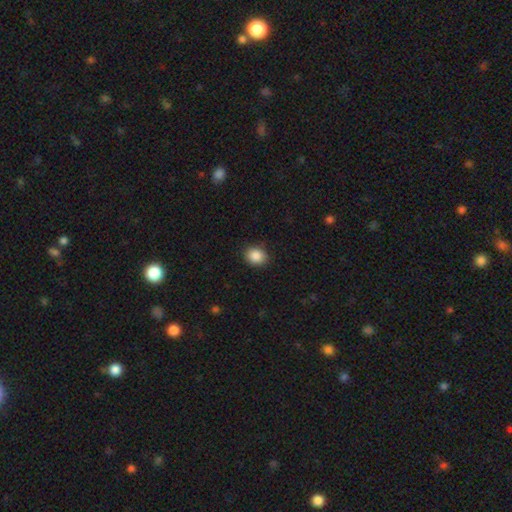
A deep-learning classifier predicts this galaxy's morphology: The model was most divided on "how rounded": round: 62%, in between: 37%, cigar-shaped: 1%. More confident: merging — none (89%); smooth or featured — smooth (88%).